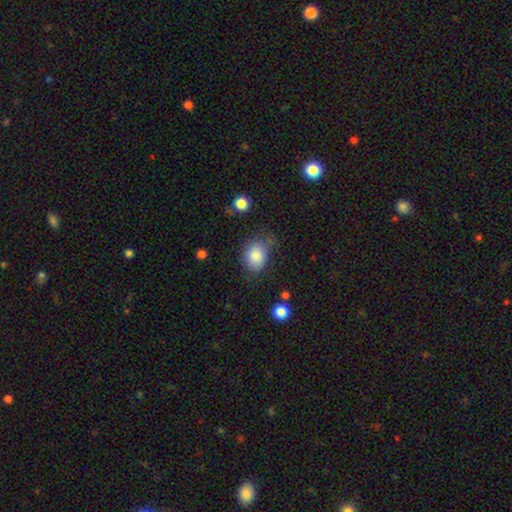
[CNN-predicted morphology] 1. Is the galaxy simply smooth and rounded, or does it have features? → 83% smooth, 9% featured or disk, 8% star or artifact.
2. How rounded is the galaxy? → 65% in between, 34% round, 1% cigar-shaped.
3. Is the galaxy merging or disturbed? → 54% none, 31% minor disturbance, 12% major disturbance, 3% merger.